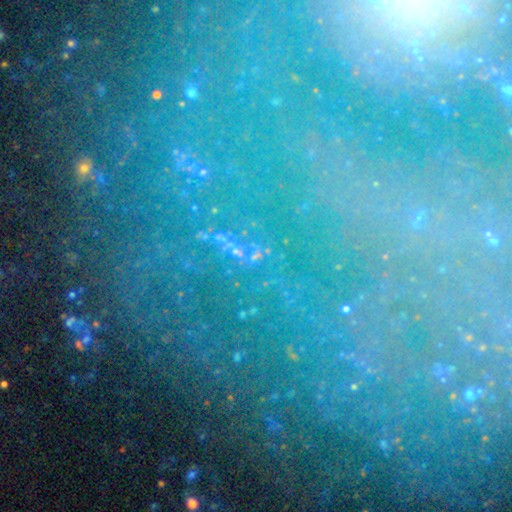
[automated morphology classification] star or artifact 79%, featured or disk 11%, smooth 10%.